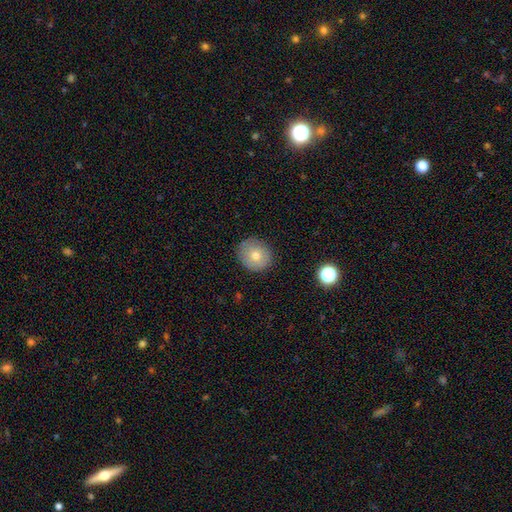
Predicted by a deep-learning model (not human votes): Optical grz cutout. It shows a smooth galaxy with no disk features (71%) that is round (82%). Merging: none (87%).